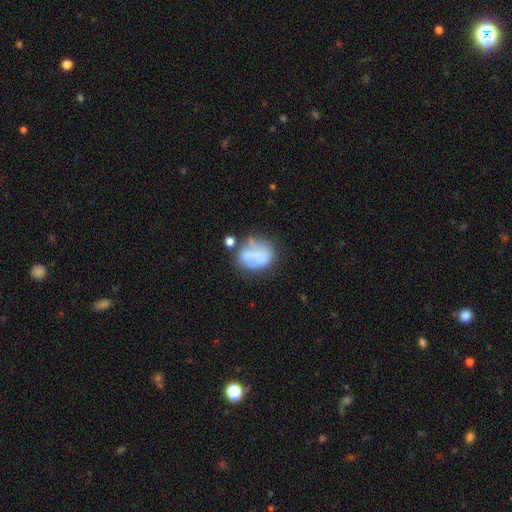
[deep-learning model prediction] This appears to be a smooth galaxy with no disk features (54%) that is round (52%). Merging: none (39%).